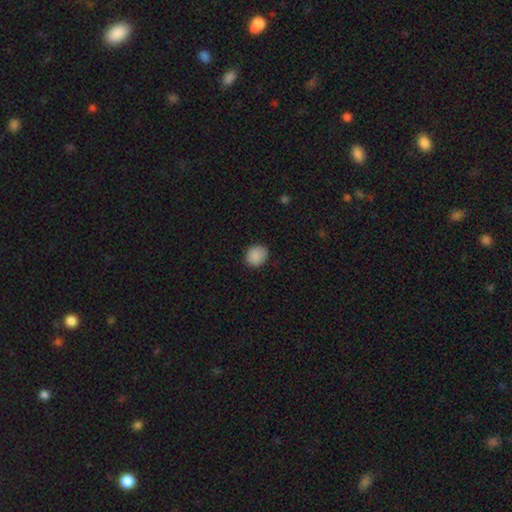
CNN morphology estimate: smooth_or_featured: smooth (p=0.88) [alt: star or artifact p=0.09]
how_rounded: round (p=0.70) [alt: in between p=0.29]
merging: none (p=0.82) [alt: minor disturbance p=0.15]